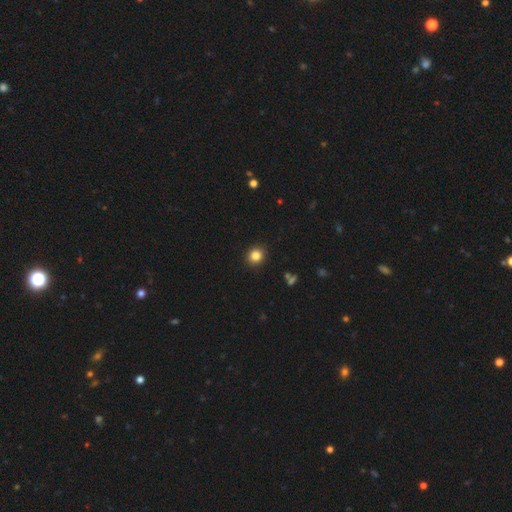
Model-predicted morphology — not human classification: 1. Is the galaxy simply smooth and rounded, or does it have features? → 84% smooth, 11% star or artifact, 5% featured or disk.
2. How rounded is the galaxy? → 84% round, 15% in between, 1% cigar-shaped.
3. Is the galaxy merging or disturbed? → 91% none, 6% minor disturbance, 2% major disturbance, 1% merger.